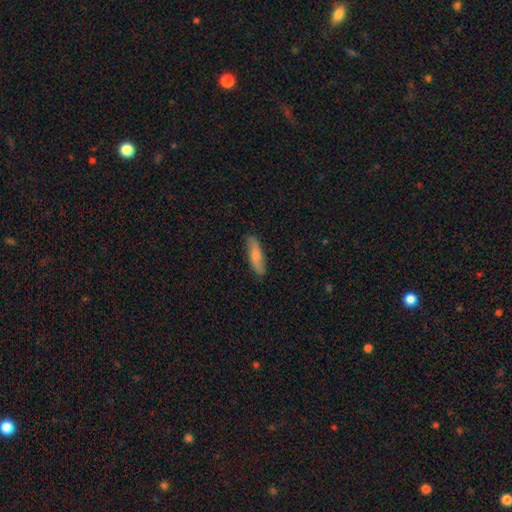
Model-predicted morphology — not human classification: A smooth galaxy with no disk features (59%) that is cigar-shaped (56%). Merging: none (84%).